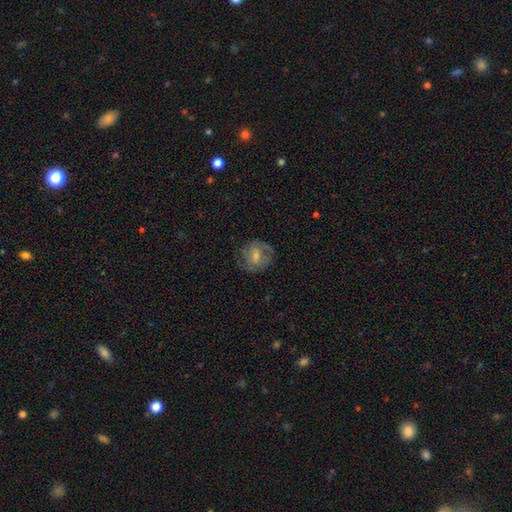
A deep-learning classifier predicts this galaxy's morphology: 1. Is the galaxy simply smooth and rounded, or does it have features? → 49% smooth, 43% featured or disk, 8% star or artifact.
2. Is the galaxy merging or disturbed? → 71% none, 19% minor disturbance, 9% major disturbance, 1% merger.